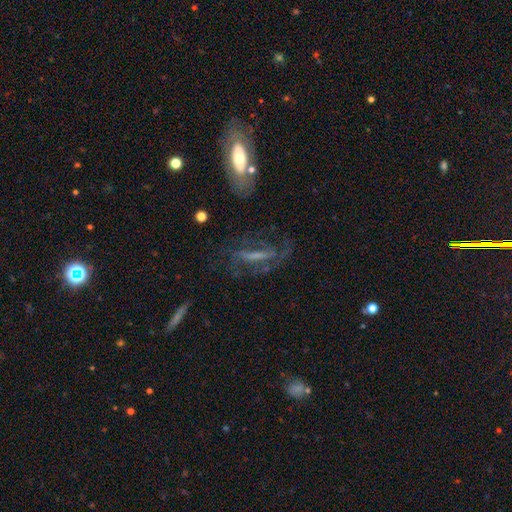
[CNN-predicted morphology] This is likely a featured or disk galaxy (63%). It is likely not viewed edge-on (70%). Merging: possibly none (55%).